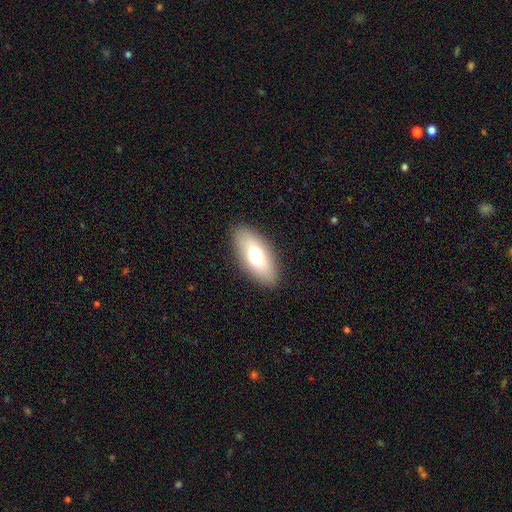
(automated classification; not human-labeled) Smooth or featured? smooth (67%)
How rounded? in between (85%)
Merging? none (88%)